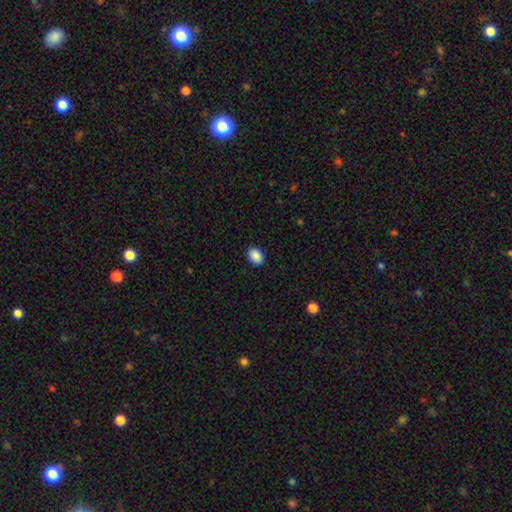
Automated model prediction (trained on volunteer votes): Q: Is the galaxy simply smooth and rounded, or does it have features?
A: smooth — 90%.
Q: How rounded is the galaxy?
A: in between — 77%.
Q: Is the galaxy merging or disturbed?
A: none — 90%.